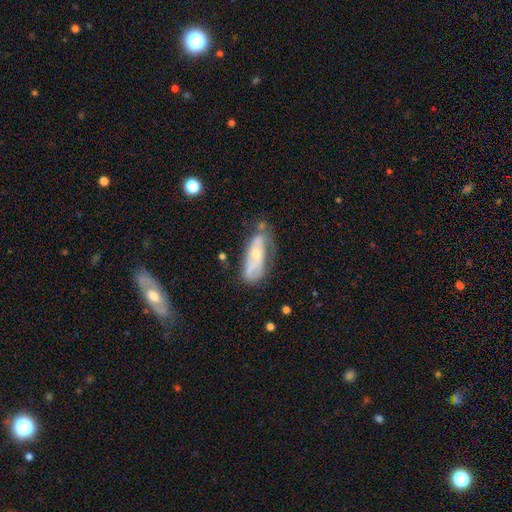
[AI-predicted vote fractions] The model was most divided on "merging": none: 45%, minor disturbance: 30%, major disturbance: 18%, merger: 7%. More confident: edge-on disk — no (82%); smooth or featured — featured or disk (61%).